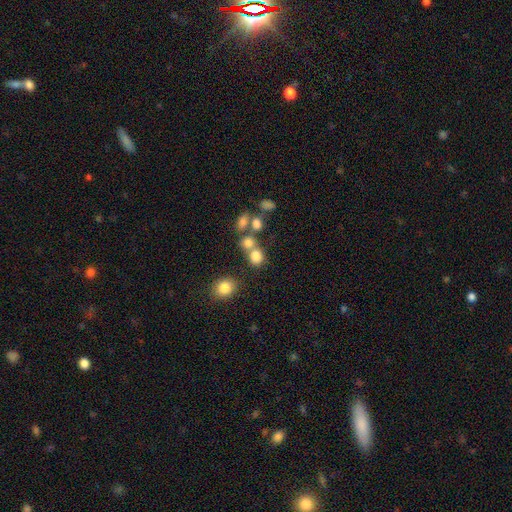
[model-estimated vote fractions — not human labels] The model was most divided on "merging": none: 47%, merger: 38%, minor disturbance: 9%, major disturbance: 6%. More confident: smooth or featured — smooth (77%); how rounded — round (74%).